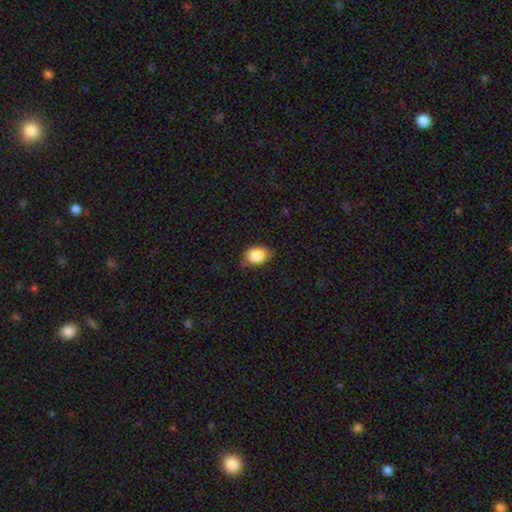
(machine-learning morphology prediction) This is clearly a smooth galaxy (87%). How rounded: likely in between (71%). Merging: likely none (71%).